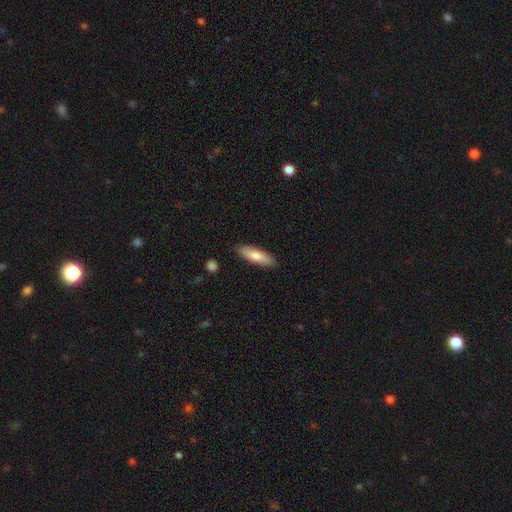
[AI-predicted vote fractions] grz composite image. It shows a smooth galaxy with no disk features (75%) that is cigar-shaped (62%). Merging: none (88%).